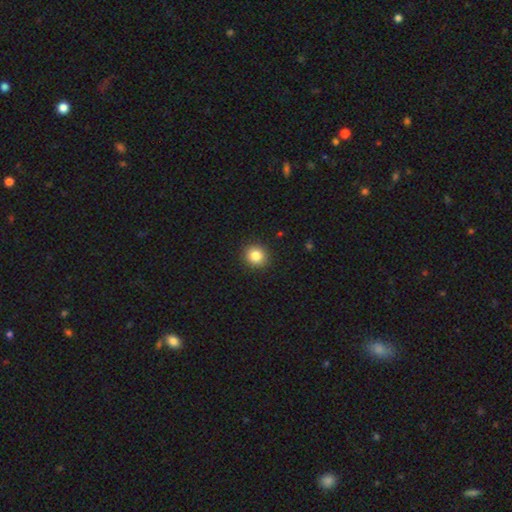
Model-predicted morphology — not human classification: This is clearly a smooth galaxy (84%). How rounded: clearly round (86%). Merging: clearly none (92%).